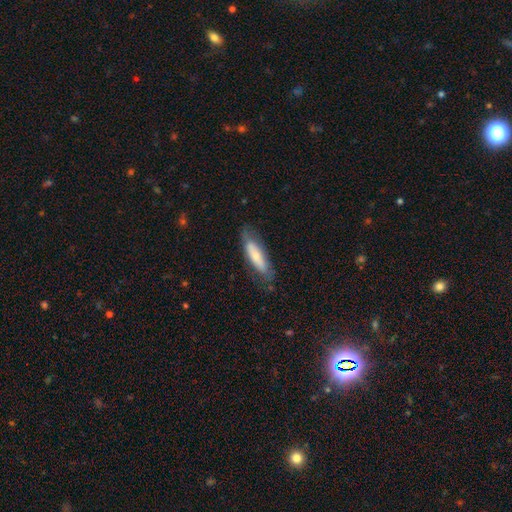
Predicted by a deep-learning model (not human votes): Overall: smooth (65%; featured or disk 29%). How rounded: cigar-shaped (61%; in between 37%). Merging: none (72%).